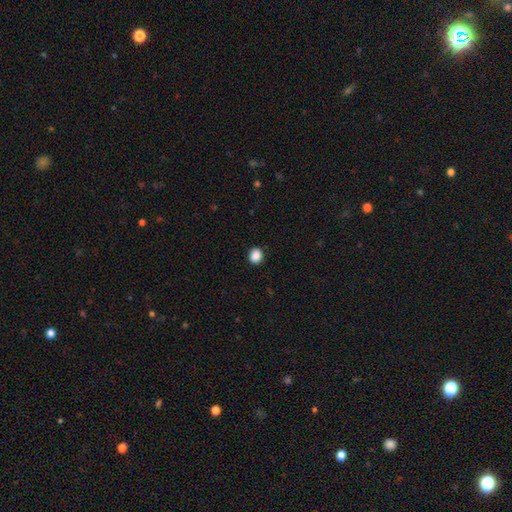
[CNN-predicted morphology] Overall: smooth (88%). How rounded: round (70%). Merging: none (90%).